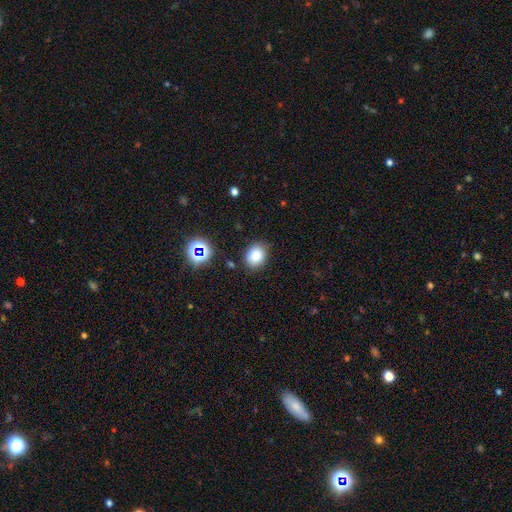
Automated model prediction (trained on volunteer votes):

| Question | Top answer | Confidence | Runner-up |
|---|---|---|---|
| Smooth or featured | smooth | 81% | star or artifact (13%) |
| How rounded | round | 53% | in between (46%) |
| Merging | none | 82% | minor disturbance (13%) |